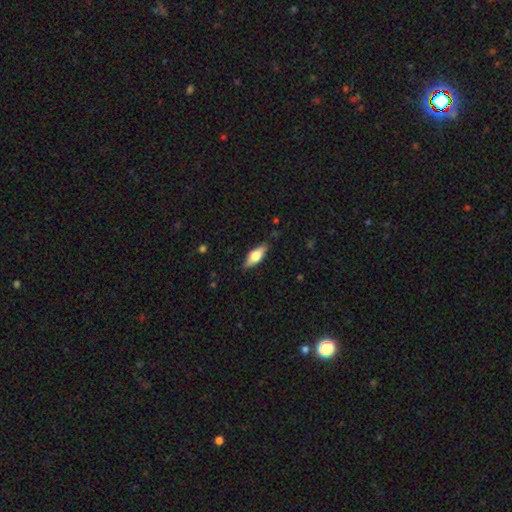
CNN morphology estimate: Smooth or featured? smooth (60%)
How rounded? in between (68%)
Merging? none (84%)